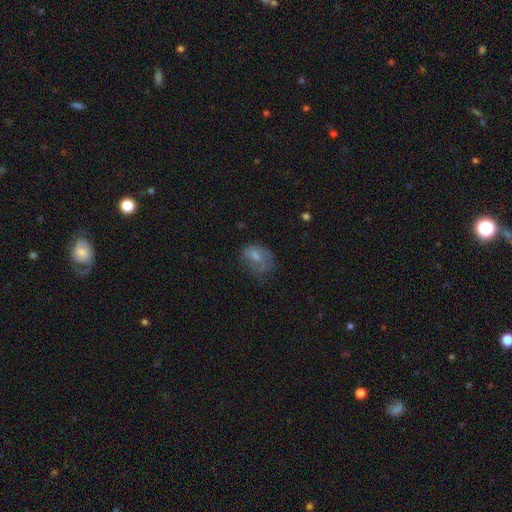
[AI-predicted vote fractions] A smooth galaxy with no disk features (52%) that is in between round and cigar-shaped (63%).

Vote fractions:
- Smooth or featured? smooth: 52% / featured or disk: 33% / star or artifact: 15%
- How rounded? in between: 63% / round: 35% / cigar-shaped: 2%
- Merging? none: 48% / minor disturbance: 28% / major disturbance: 23% / merger: 2%